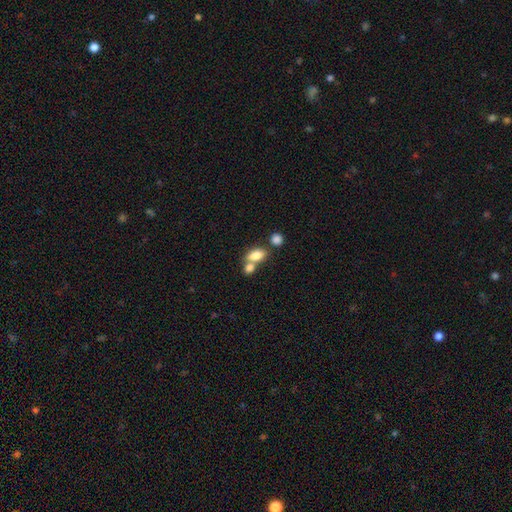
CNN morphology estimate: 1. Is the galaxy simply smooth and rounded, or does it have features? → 80% smooth, 11% featured or disk, 9% star or artifact.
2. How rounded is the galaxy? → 83% in between, 14% round, 3% cigar-shaped.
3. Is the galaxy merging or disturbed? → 51% merger, 35% none, 9% minor disturbance, 5% major disturbance.